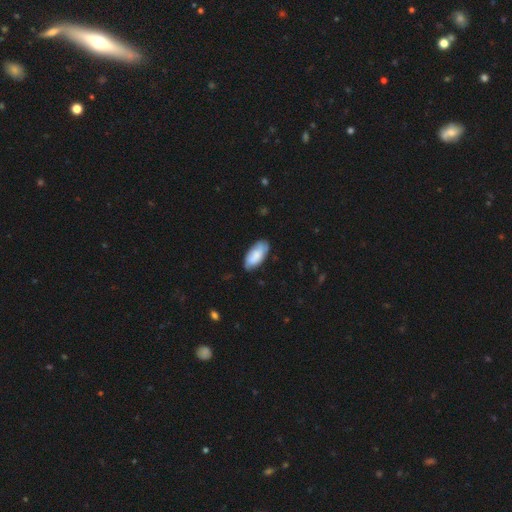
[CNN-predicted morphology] type=smooth (76%); roundness=in between (92%); merging=none (72%).